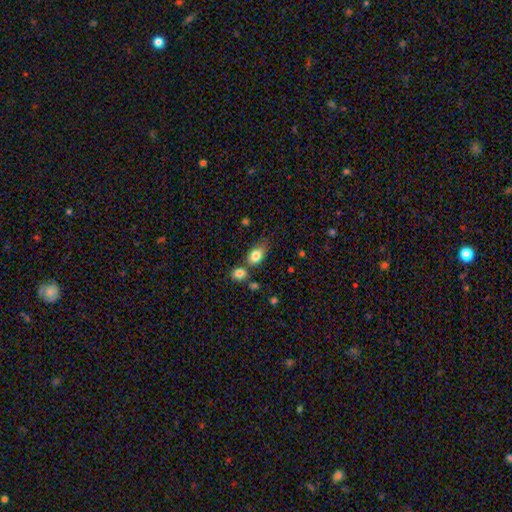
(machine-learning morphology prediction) Smooth or featured? Predicted: smooth (p=0.83). How rounded? Predicted: in between (p=0.79). Merging? Predicted: none (p=0.49).